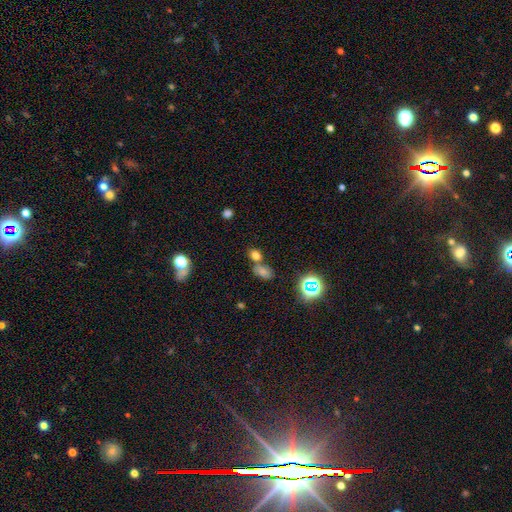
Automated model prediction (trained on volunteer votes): A smooth galaxy with no disk features (67%) that is in between round and cigar-shaped (54%).

Vote fractions:
- Smooth or featured? smooth: 67% / star or artifact: 24% / featured or disk: 9%
- How rounded? in between: 54% / round: 43% / cigar-shaped: 3%
- Merging? none: 48% / merger: 38% / minor disturbance: 10% / major disturbance: 4%